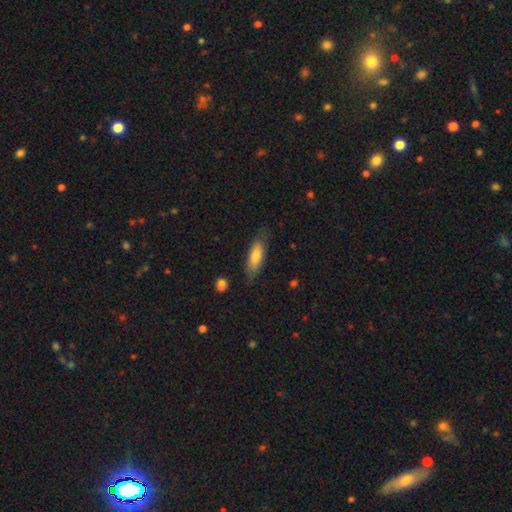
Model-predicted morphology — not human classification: Q: Smooth or featured?
A: smooth (76%); runner-up: featured or disk (18%)
Q: How rounded?
A: in between (55%); runner-up: cigar-shaped (43%)
Q: Merging?
A: none (75%); runner-up: minor disturbance (18%)